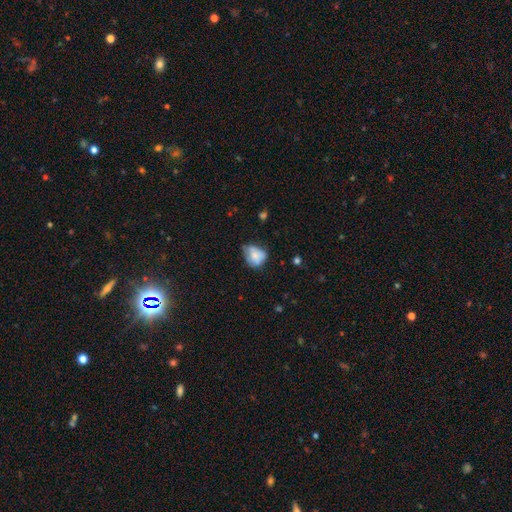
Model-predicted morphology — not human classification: Smooth or featured? smooth (64%)
How rounded? round (53%)
Merging? none (40%)